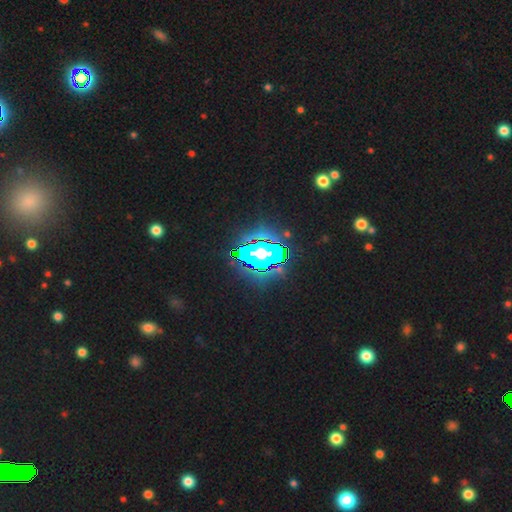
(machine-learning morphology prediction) Overall: star or artifact (75%).